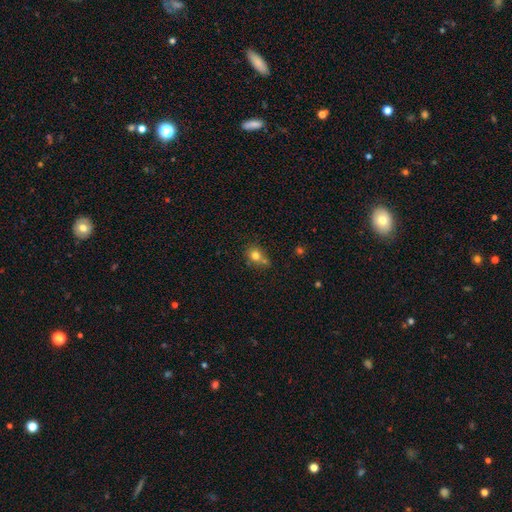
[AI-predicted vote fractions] Smooth or featured? smooth (77%)
How rounded? round (72%)
Merging? none (54%)